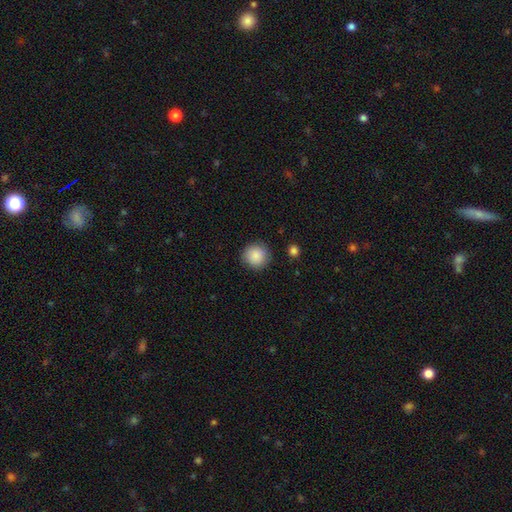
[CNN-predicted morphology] Smooth or featured? smooth (89%)
How rounded? round (94%)
Merging? none (90%)